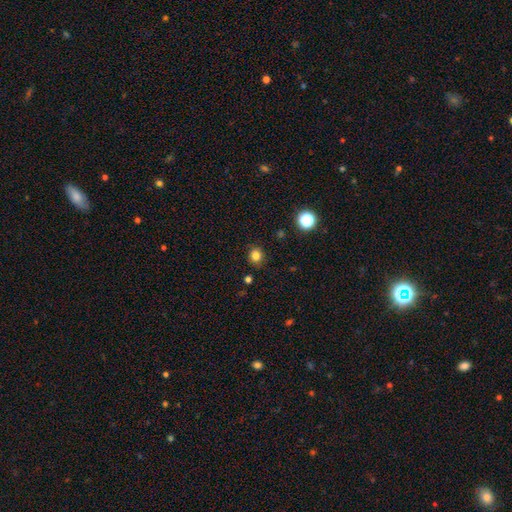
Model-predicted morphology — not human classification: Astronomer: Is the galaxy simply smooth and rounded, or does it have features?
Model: smooth — 81%.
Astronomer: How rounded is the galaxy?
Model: round — 86%.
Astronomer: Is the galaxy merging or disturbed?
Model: none — 89%.